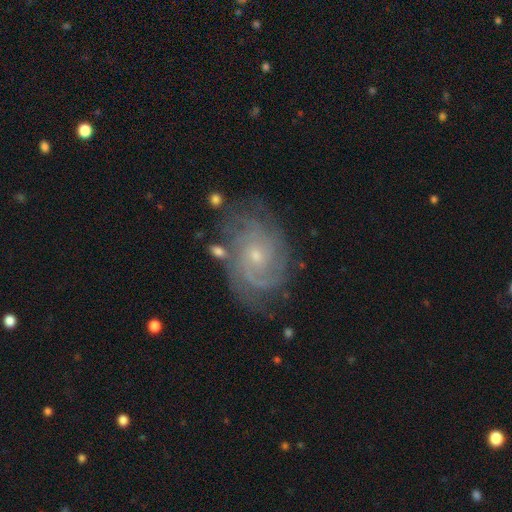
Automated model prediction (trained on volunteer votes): This appears to be a featured or disk galaxy (84%) with no bar (74%), tight (69%) spiral arms (96%) and a small central bulge (70%). Merging: none (76%).